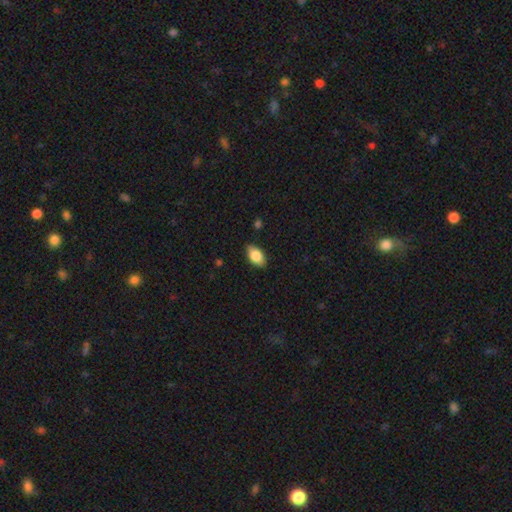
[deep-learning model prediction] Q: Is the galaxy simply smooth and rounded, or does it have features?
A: smooth — 84%.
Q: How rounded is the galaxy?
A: in between — 92%.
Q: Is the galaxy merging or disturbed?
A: none — 86%.